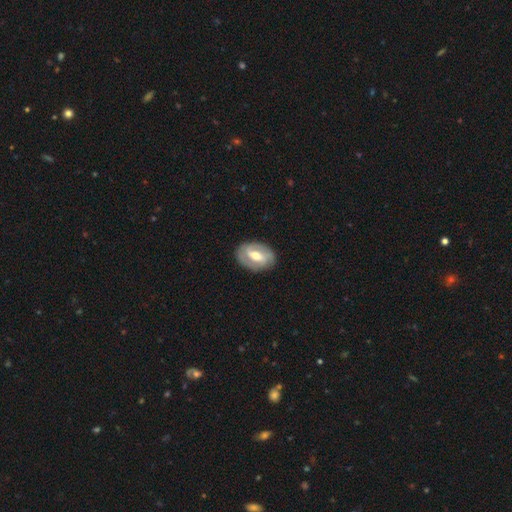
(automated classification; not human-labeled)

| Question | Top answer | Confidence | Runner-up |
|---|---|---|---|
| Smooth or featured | featured or disk | 66% | smooth (28%) |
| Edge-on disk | no | 93% | yes (7%) |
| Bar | strong | 44% | weak (39%) |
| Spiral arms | yes | 61% | no (39%) |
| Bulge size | moderate | 70% | small (20%) |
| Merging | none | 84% | minor disturbance (12%) |